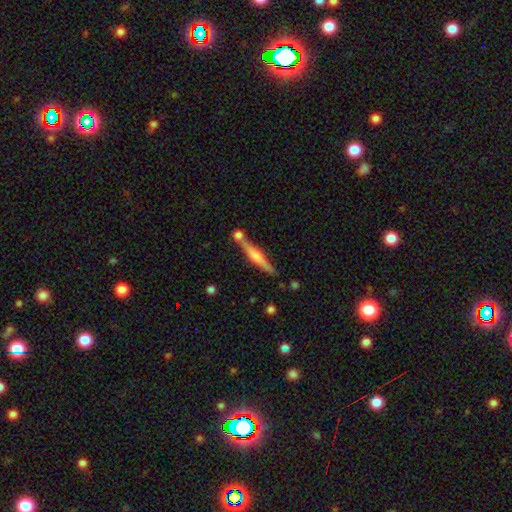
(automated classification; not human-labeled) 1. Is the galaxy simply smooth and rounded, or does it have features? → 69% featured or disk, 25% smooth, 6% star or artifact.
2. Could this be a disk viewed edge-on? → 97% yes, 3% no.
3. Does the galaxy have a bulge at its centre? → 82% rounded, 10% boxy, 8% none.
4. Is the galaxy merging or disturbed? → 77% none, 11% merger, 10% minor disturbance, 3% major disturbance.